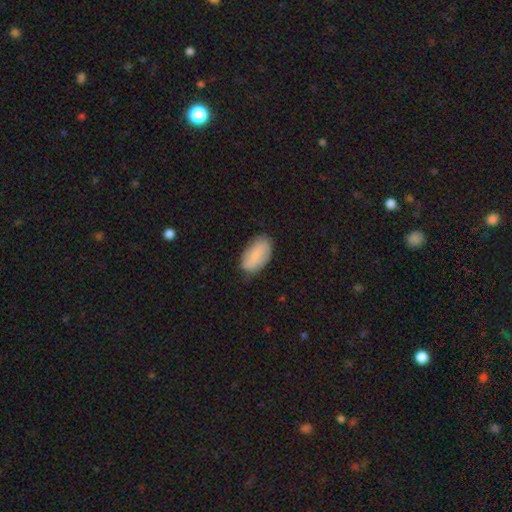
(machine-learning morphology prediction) smooth_or_featured: smooth (p=0.77) [alt: featured or disk p=0.17]
how_rounded: in between (p=0.94) [alt: round p=0.03]
merging: none (p=0.79) [alt: minor disturbance p=0.17]